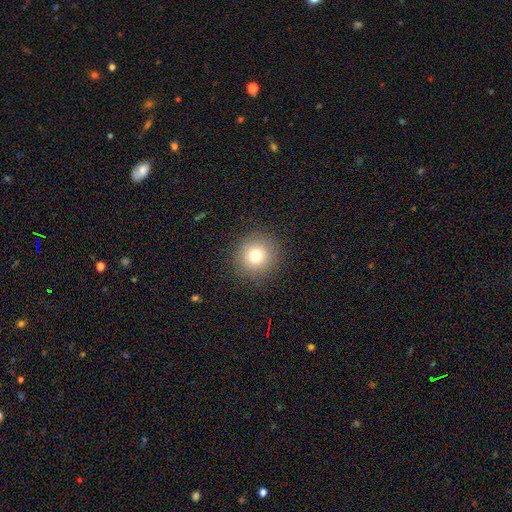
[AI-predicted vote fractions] The model was most divided on "smooth or featured": smooth: 75%, star or artifact: 14%, featured or disk: 11%. More confident: how rounded — round (93%); merging — none (89%).